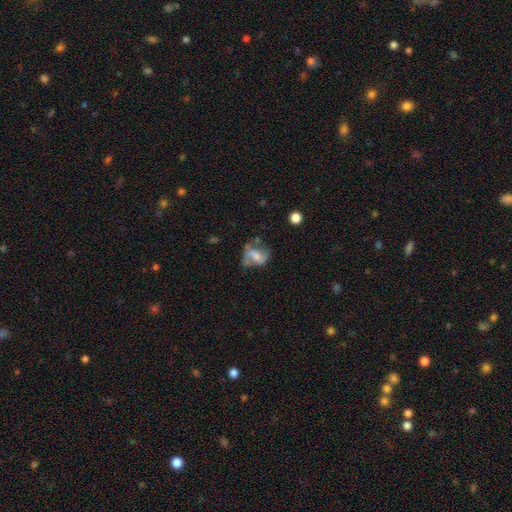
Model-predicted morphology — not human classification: A featured or disk galaxy (53%) with no bar (45%), spiral arms (69%) and a moderate central bulge (37%). Merging: none (39%).